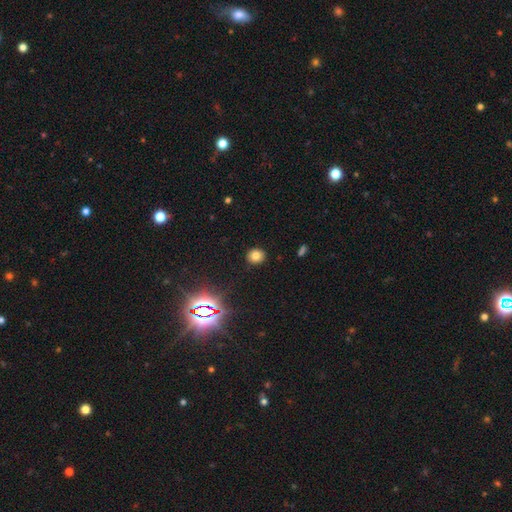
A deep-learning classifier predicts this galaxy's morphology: type=smooth (76%); roundness=round (82%); merging=none (90%).